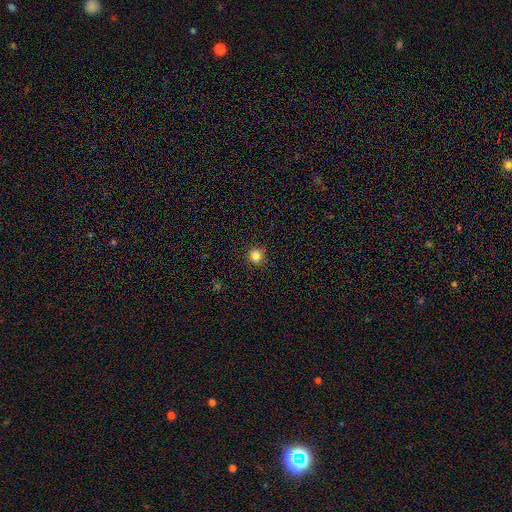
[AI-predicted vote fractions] The model was most divided on "smooth or featured": smooth: 83%, star or artifact: 12%, featured or disk: 4%. More confident: how rounded — round (93%); merging — none (91%).